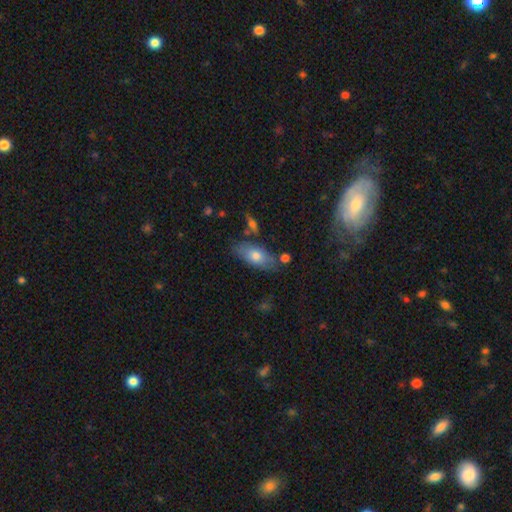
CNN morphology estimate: A smooth galaxy with no disk features (72%) that is in between round and cigar-shaped (86%). Merging: none (73%).